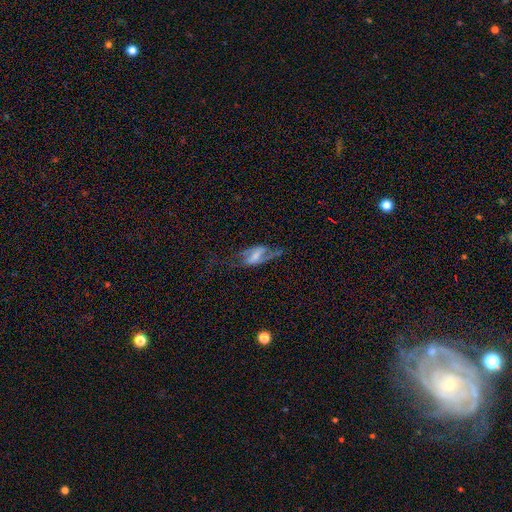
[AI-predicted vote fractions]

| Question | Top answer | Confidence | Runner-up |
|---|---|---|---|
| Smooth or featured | featured or disk | 72% | smooth (21%) |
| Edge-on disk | no | 88% | yes (12%) |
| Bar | strong | 52% | weak (34%) |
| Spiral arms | yes | 78% | no (22%) |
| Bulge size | small | 39% | moderate (33%) |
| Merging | none | 45% | major disturbance (31%) |